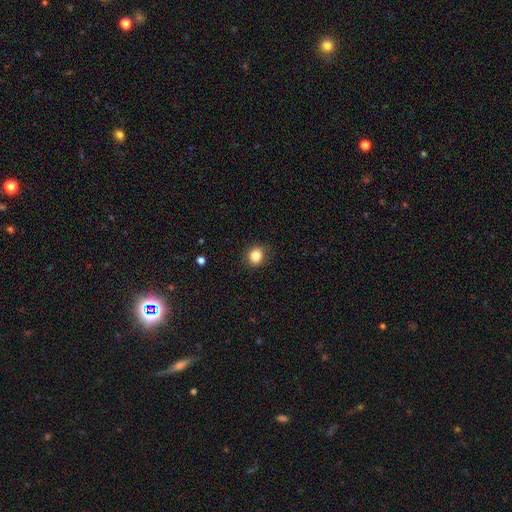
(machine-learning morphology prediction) Smooth or featured: smooth — 84% (star or artifact — 11%)
How rounded: round — 76% (in between — 23%)
Merging: none — 89% (minor disturbance — 8%)